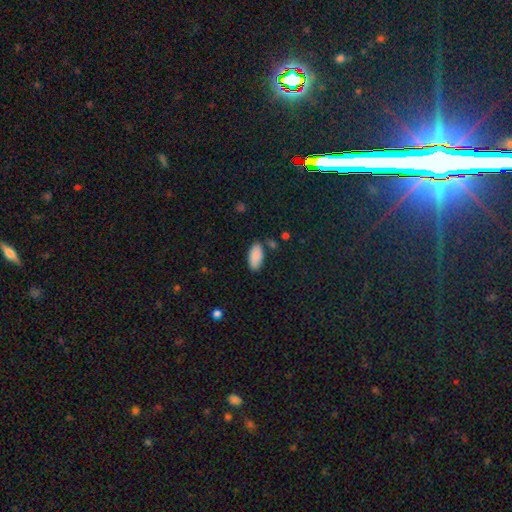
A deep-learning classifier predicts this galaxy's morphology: The model was most divided on "merging": none: 78%, minor disturbance: 15%, merger: 4%, major disturbance: 3%. More confident: how rounded — in between (93%); smooth or featured — smooth (89%).